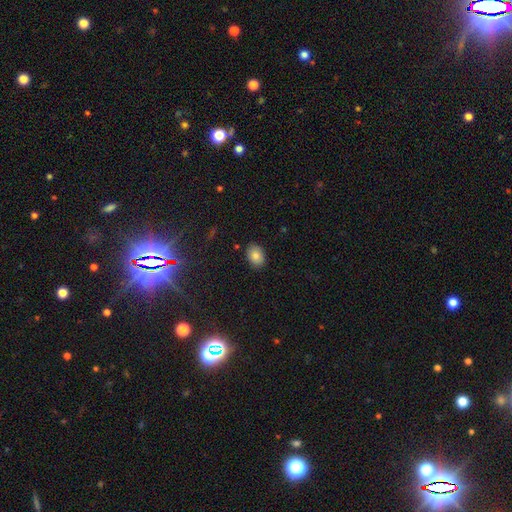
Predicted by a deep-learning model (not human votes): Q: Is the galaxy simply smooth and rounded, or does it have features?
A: smooth — 84%.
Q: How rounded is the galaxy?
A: in between — 77%.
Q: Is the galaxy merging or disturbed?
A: none — 87%.